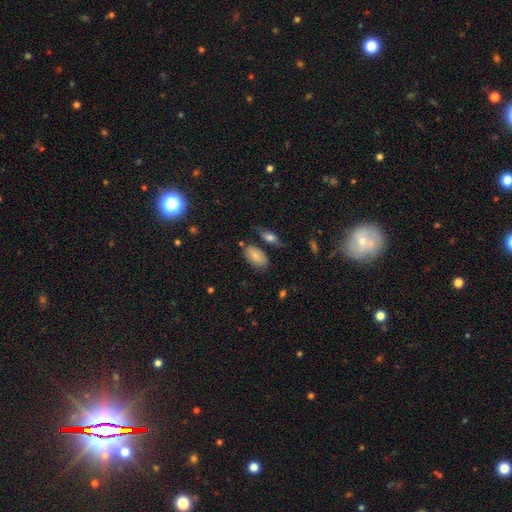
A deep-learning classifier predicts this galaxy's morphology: Smooth or featured: smooth — 82% (featured or disk — 10%)
How rounded: in between — 93% (round — 5%)
Merging: none — 70% (minor disturbance — 17%)